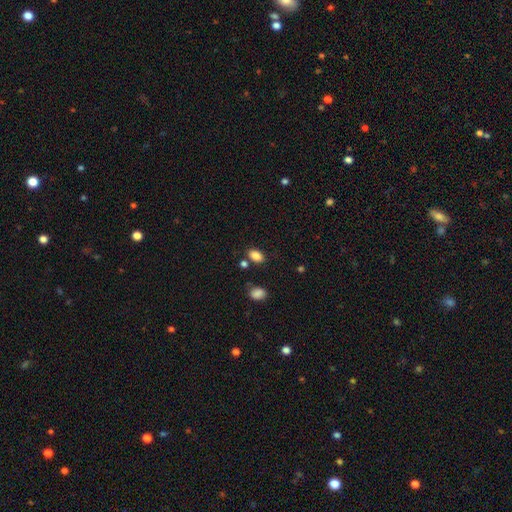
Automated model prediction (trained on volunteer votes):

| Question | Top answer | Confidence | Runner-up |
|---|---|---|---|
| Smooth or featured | smooth | 85% | star or artifact (9%) |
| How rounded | in between | 87% | round (12%) |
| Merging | none | 77% | minor disturbance (12%) |